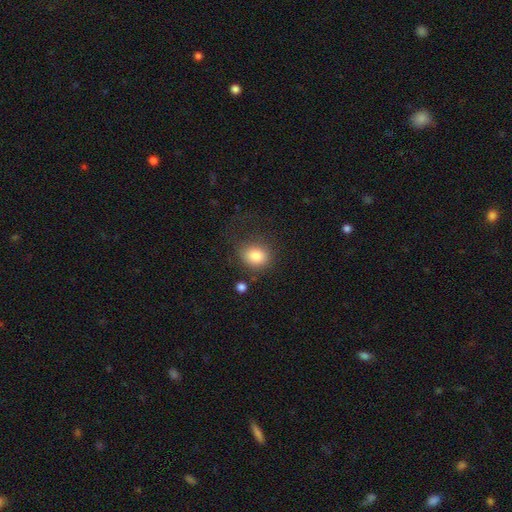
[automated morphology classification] smooth-or-featured: smooth: 81% | star or artifact: 10% | featured or disk: 8%
  how-rounded: round: 66% | in between: 34% | cigar-shaped: 1%
  merging: none: 68% | minor disturbance: 17% | major disturbance: 11% | merger: 4%